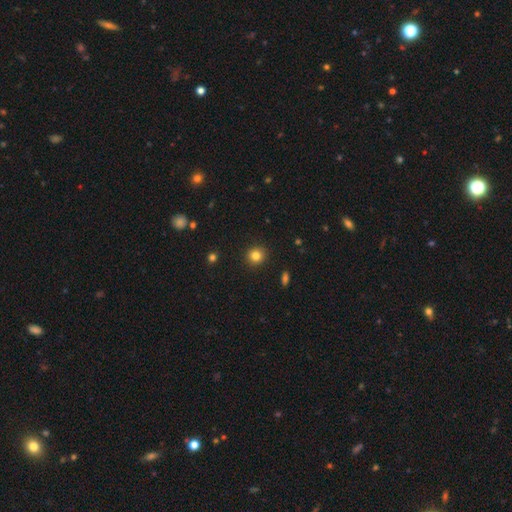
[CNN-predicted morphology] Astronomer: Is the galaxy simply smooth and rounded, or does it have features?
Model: smooth — 83%.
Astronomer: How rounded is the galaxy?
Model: round — 89%.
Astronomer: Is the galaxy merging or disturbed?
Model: none — 92%.